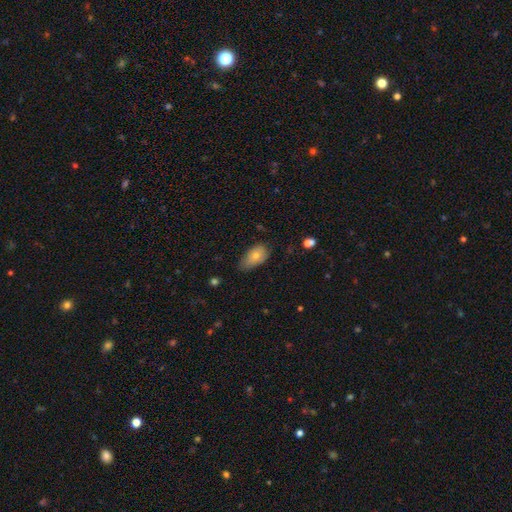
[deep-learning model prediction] This appears to be a smooth galaxy with no disk features (74%) that is in between round and cigar-shaped (90%). Merging: none (52%).